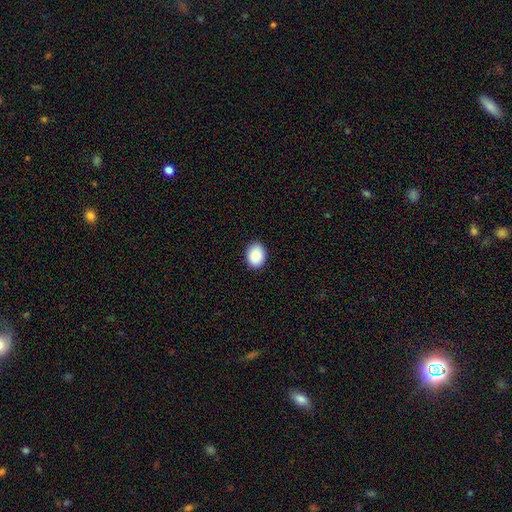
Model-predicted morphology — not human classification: smooth 90%, star or artifact 7%, featured or disk 4%. Down the decision tree: how rounded — in between (67%); merging — none (90%).